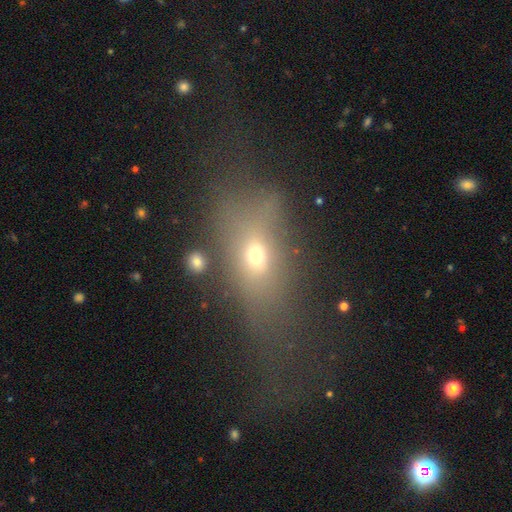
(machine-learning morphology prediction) smooth_or_featured: smooth (p=0.55) [alt: featured or disk p=0.26]
how_rounded: in between (p=0.66) [alt: round p=0.22]
merging: none (p=0.40) [alt: major disturbance p=0.31]